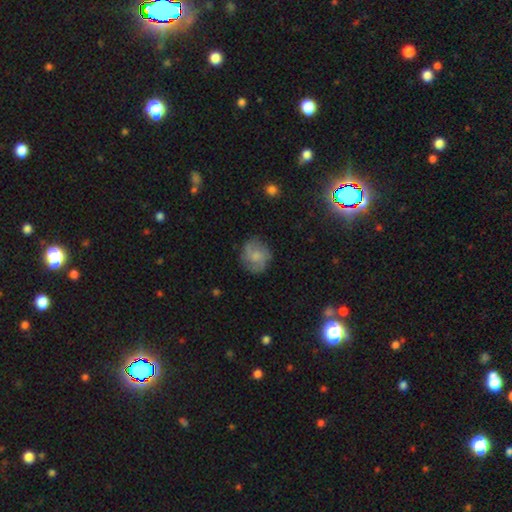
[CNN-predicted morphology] smooth 48%, featured or disk 44%, star or artifact 8%. Down the decision tree: merging — none (74%).